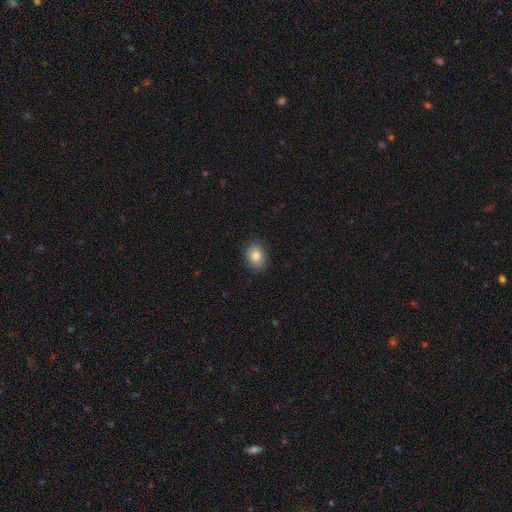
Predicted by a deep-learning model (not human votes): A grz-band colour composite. It shows a smooth galaxy with no disk features (83%) that is in between round and cigar-shaped (56%). Merging: none (88%).